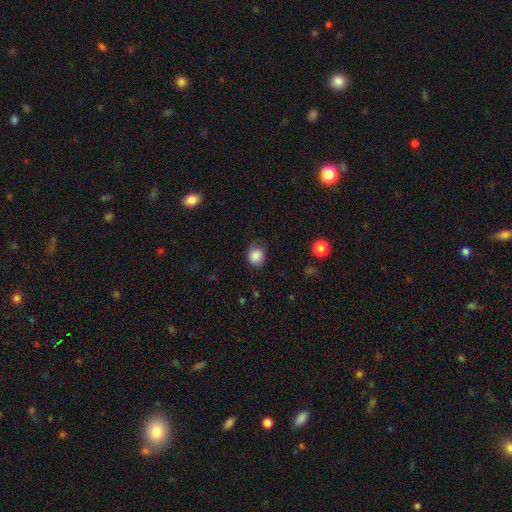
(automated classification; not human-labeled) A smooth galaxy with no disk features (86%) that is round (73%). Merging: none (70%).